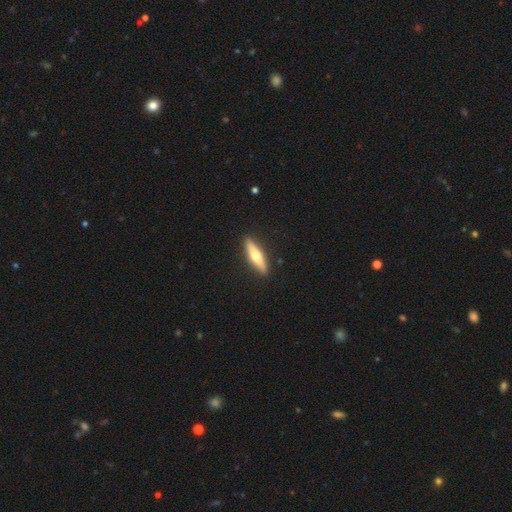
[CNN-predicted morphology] Smooth or featured? featured or disk (50%)
Merging? none (91%)